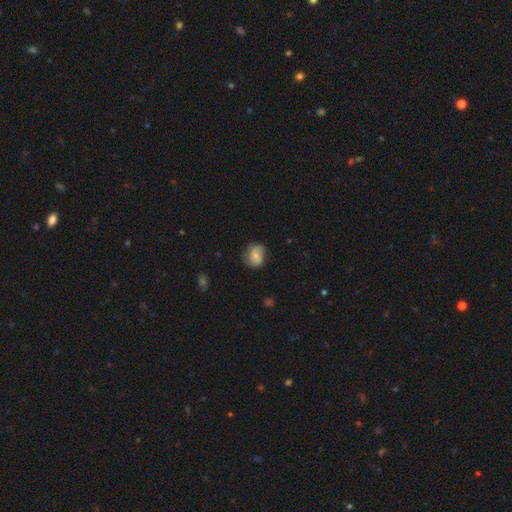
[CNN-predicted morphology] Smooth or featured? smooth (63%)
How rounded? round (56%)
Merging? none (60%)